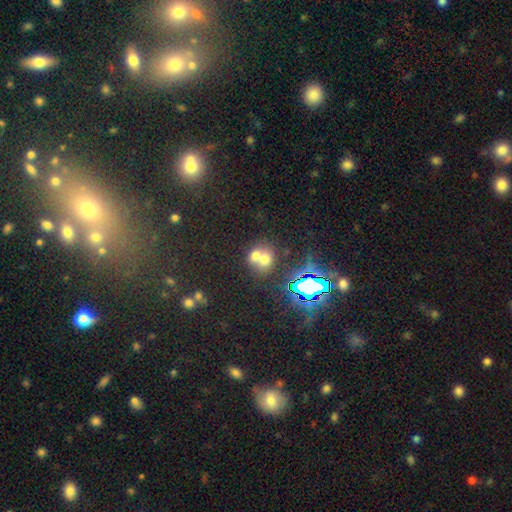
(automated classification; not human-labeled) Overall: smooth (61%). How rounded: round (71%). Merging: merger (65%; none 27%).